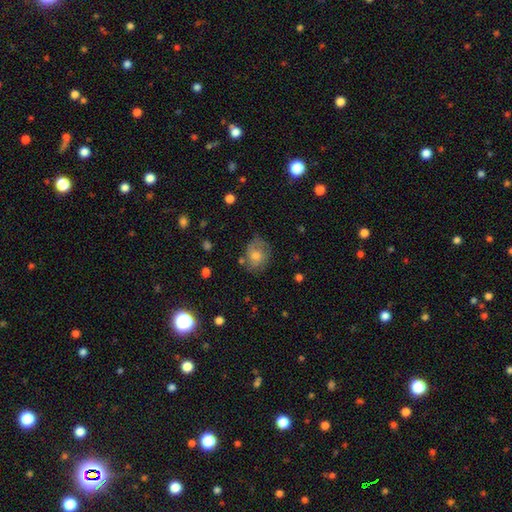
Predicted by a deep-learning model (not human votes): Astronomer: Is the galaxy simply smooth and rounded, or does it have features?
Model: smooth — 51% (runner-up: featured or disk, 37%).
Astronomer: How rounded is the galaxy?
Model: round — 59% (runner-up: in between, 40%).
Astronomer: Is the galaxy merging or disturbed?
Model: none — 67%.